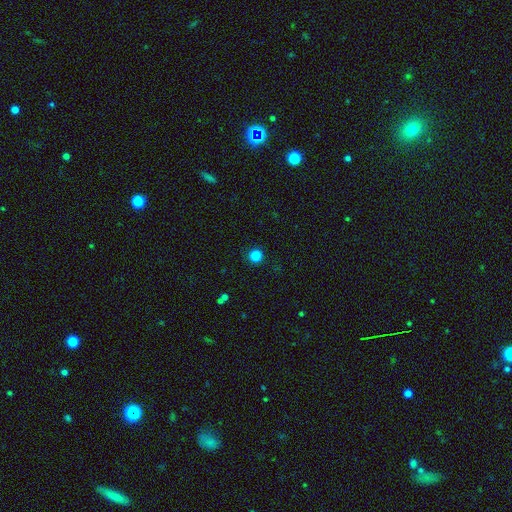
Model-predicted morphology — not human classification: Smooth or featured? smooth (85%)
How rounded? round (94%)
Merging? none (89%)